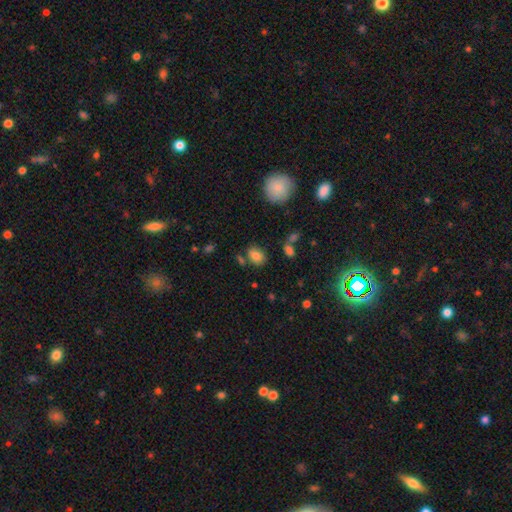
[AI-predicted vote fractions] This appears to be a smooth galaxy with no disk features (82%) that is in between round and cigar-shaped (71%). Merging: none (73%).